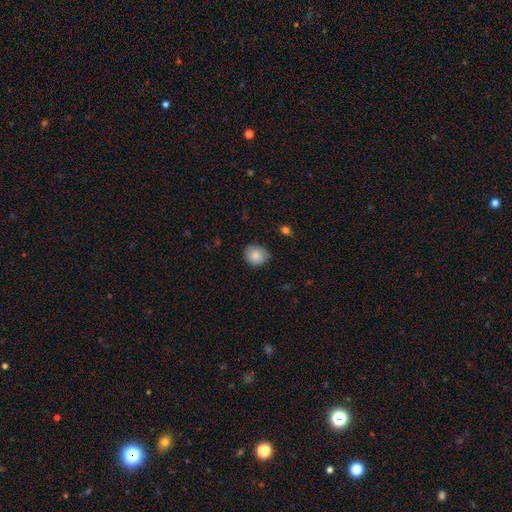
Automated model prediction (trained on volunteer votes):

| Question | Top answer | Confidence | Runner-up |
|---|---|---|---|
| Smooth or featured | smooth | 84% | featured or disk (8%) |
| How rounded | round | 76% | in between (23%) |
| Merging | none | 74% | minor disturbance (21%) |